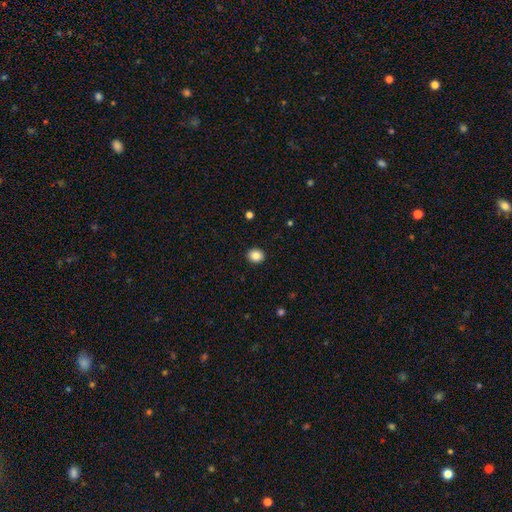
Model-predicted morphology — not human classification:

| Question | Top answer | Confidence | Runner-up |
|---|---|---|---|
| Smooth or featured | smooth | 86% | star or artifact (10%) |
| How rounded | round | 76% | in between (24%) |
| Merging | none | 92% | minor disturbance (5%) |